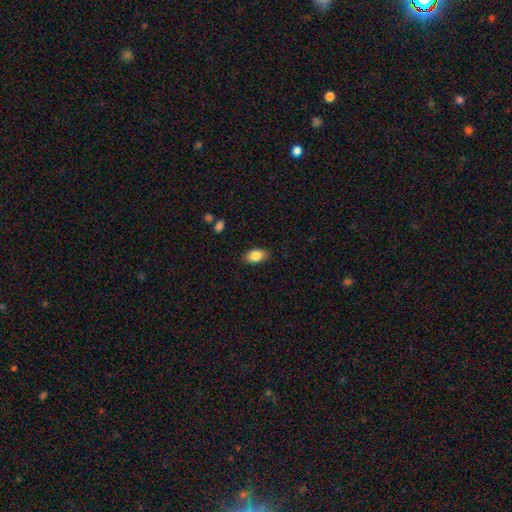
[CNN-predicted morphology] This is clearly a smooth galaxy (84%). How rounded: clearly in between (90%). Merging: clearly none (87%).